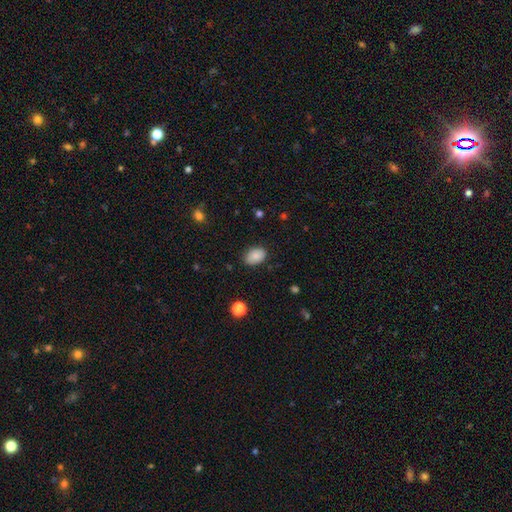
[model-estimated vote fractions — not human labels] Smooth or featured?
  - smooth: 84% *
  - star or artifact: 8%
  - featured or disk: 8%
How rounded?
  - in between: 82% *
  - round: 17%
  - cigar-shaped: 1%
Merging?
  - none: 80% *
  - minor disturbance: 15%
  - major disturbance: 3%
  - merger: 1%